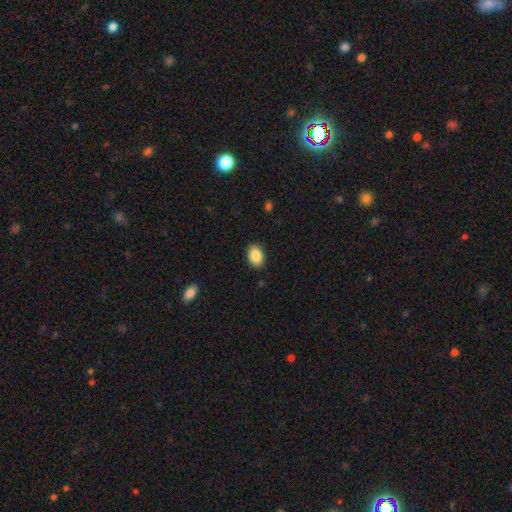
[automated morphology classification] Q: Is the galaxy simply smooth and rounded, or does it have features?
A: smooth — 87%.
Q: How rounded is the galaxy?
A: in between — 78%.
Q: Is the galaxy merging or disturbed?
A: none — 89%.